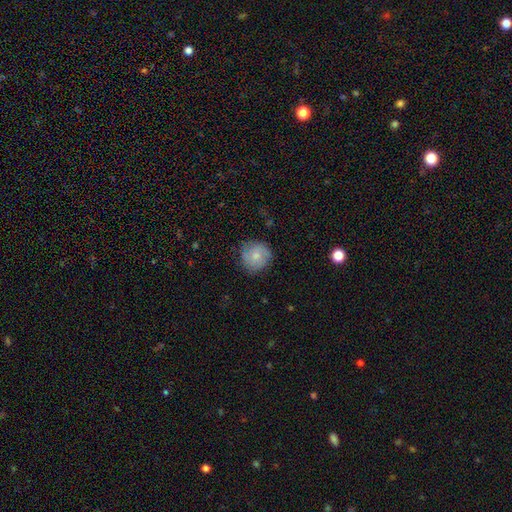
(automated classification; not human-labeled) Q: Smooth or featured?
A: smooth (72%); runner-up: featured or disk (22%)
Q: How rounded?
A: round (92%); runner-up: in between (7%)
Q: Merging?
A: none (78%); runner-up: minor disturbance (17%)